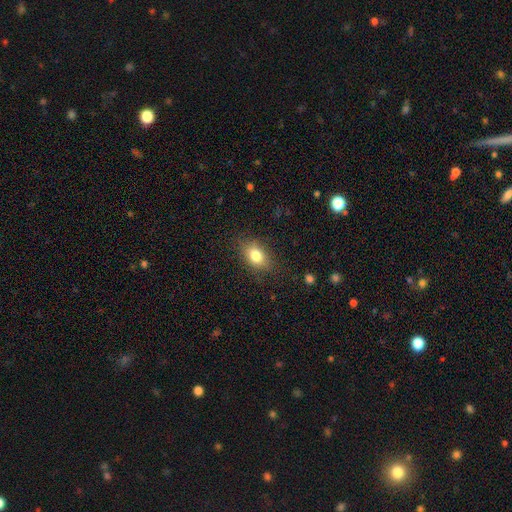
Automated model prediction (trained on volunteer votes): Smooth or featured?
  - smooth: 80% *
  - featured or disk: 10%
  - star or artifact: 10%
How rounded?
  - in between: 77% *
  - round: 21%
  - cigar-shaped: 2%
Merging?
  - none: 82% *
  - minor disturbance: 13%
  - major disturbance: 4%
  - merger: 1%